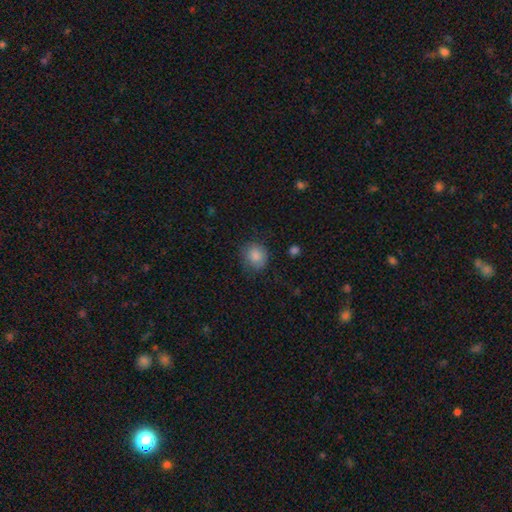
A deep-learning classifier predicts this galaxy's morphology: A smooth galaxy with no disk features (85%) that is round (79%).

Vote fractions:
- Smooth or featured? smooth: 85% / star or artifact: 9% / featured or disk: 6%
- How rounded? round: 79% / in between: 20% / cigar-shaped: 1%
- Merging? none: 77% / minor disturbance: 17% / major disturbance: 5% / merger: 1%